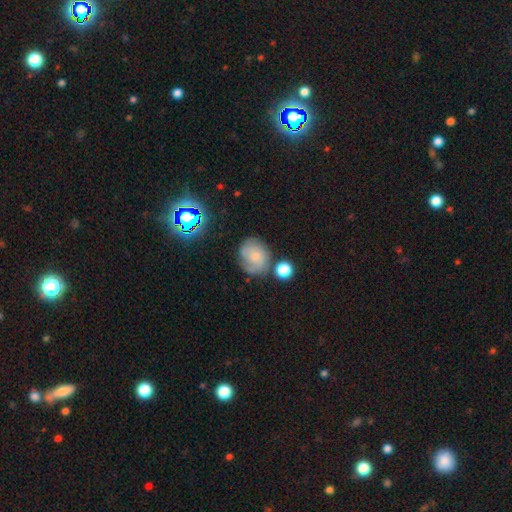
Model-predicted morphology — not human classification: Smooth or featured: featured or disk — 47% (smooth — 40%)
Merging: none — 65% (minor disturbance — 19%)